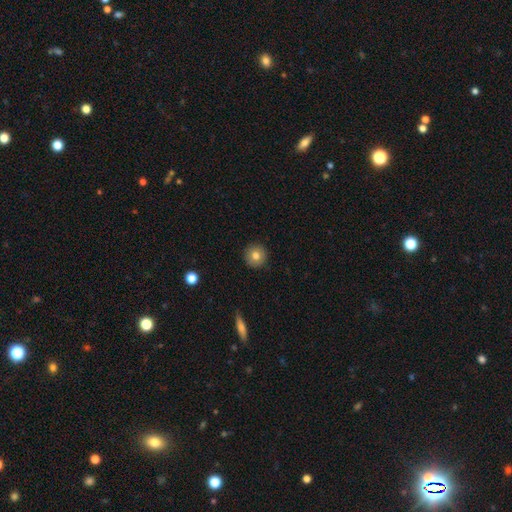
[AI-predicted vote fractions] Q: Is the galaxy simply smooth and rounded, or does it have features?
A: smooth — 79%.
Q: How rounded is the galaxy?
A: round — 95%.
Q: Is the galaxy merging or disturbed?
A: none — 92%.